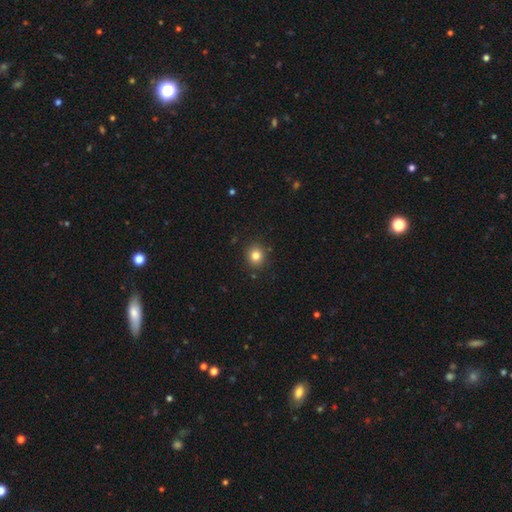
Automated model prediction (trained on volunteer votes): This appears to be a smooth galaxy with no disk features (81%) that is round (85%). Merging: none (89%).